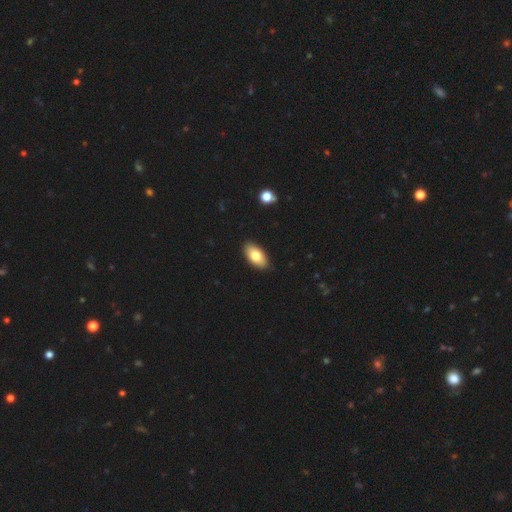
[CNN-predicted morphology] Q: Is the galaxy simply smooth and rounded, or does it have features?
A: smooth — 78%.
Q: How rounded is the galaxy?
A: in between — 93%.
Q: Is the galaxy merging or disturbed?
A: none — 89%.